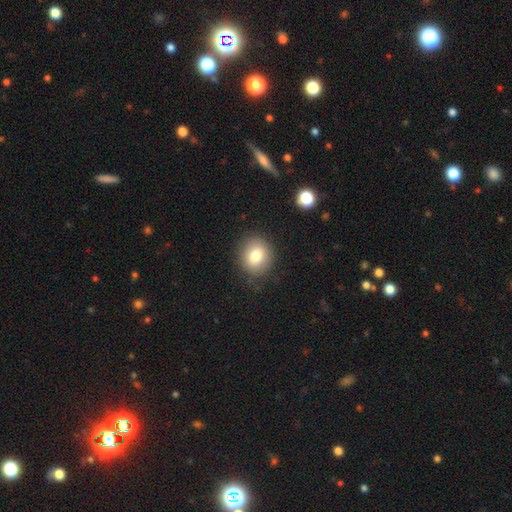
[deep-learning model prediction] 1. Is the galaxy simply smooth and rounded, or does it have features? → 79% smooth, 11% featured or disk, 10% star or artifact.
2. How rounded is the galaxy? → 78% round, 21% in between, 1% cigar-shaped.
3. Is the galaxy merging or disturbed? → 85% none, 10% minor disturbance, 3% major disturbance, 1% merger.